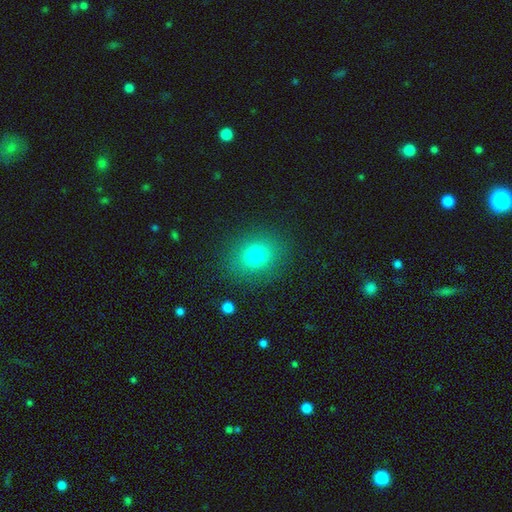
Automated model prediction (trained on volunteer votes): Smooth or featured: smooth — 76% (star or artifact — 14%)
How rounded: round — 63% (in between — 36%)
Merging: none — 86% (minor disturbance — 9%)